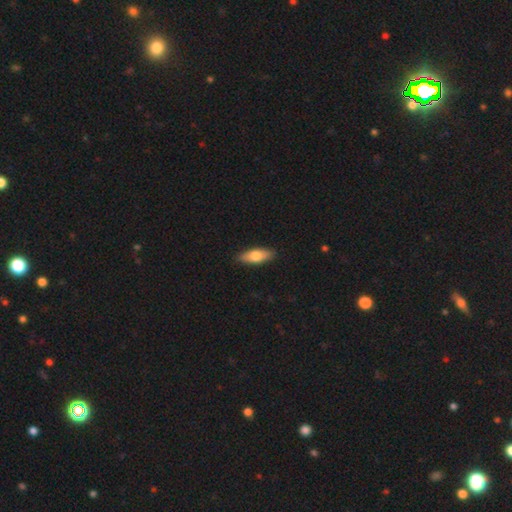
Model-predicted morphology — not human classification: smooth 70%, featured or disk 25%, star or artifact 5%. Down the decision tree: how rounded — in between (64%); merging — none (89%).